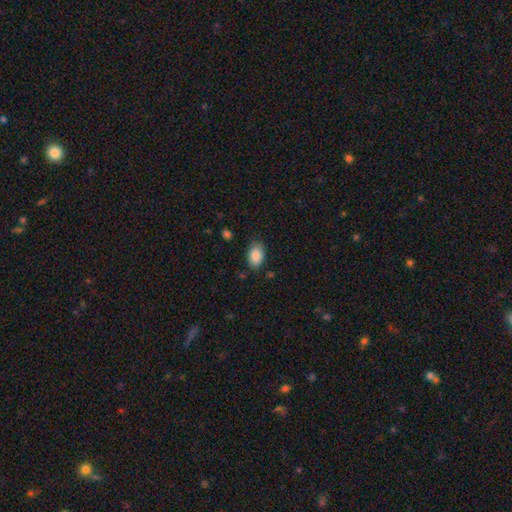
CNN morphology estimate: Overall: smooth (88%). How rounded: in between (89%). Merging: none (82%).